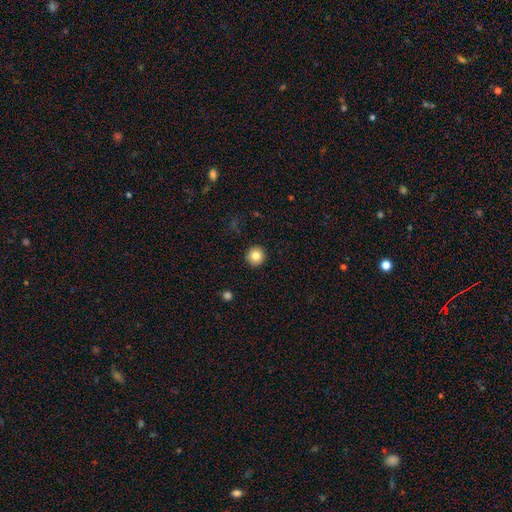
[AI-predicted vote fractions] smooth_or_featured: smooth (p=0.82) [alt: star or artifact p=0.10]
how_rounded: round (p=0.95) [alt: in between p=0.04]
merging: none (p=0.92) [alt: minor disturbance p=0.05]